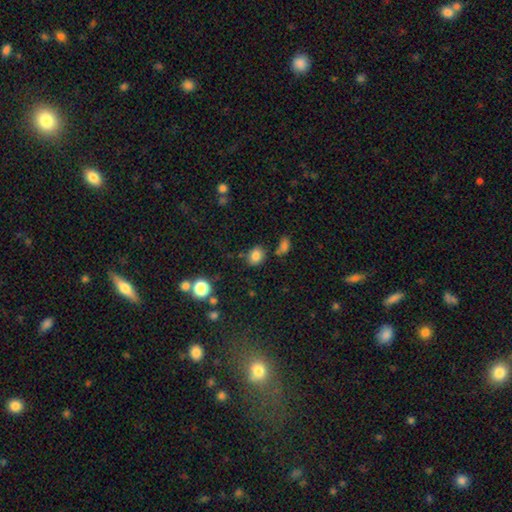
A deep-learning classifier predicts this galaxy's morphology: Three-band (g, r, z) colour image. It shows a smooth galaxy with no disk features (81%) that is round (50%). Merging: none (72%).